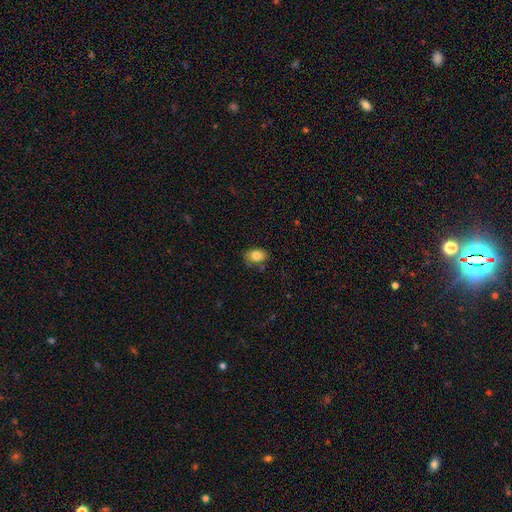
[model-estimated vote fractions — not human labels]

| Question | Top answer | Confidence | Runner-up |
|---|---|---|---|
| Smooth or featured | smooth | 81% | featured or disk (10%) |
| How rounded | in between | 75% | round (24%) |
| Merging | none | 77% | minor disturbance (17%) |